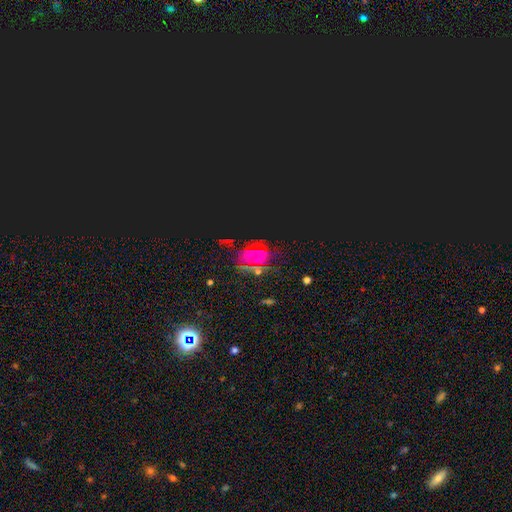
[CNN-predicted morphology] Smooth or featured? Predicted: star or artifact (p=0.48).